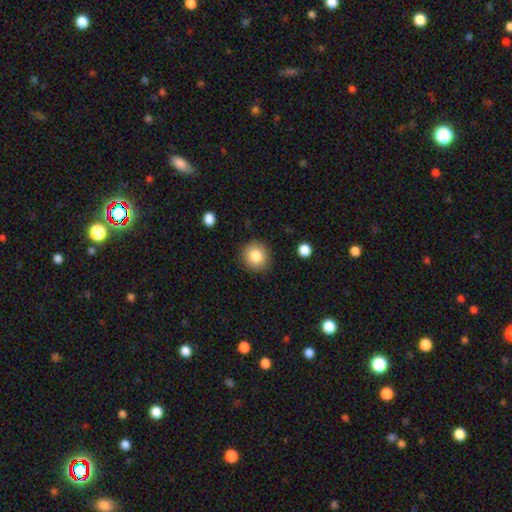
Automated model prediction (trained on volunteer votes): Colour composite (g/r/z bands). It shows a smooth galaxy with no disk features (83%) that is round (90%). Merging: none (88%).